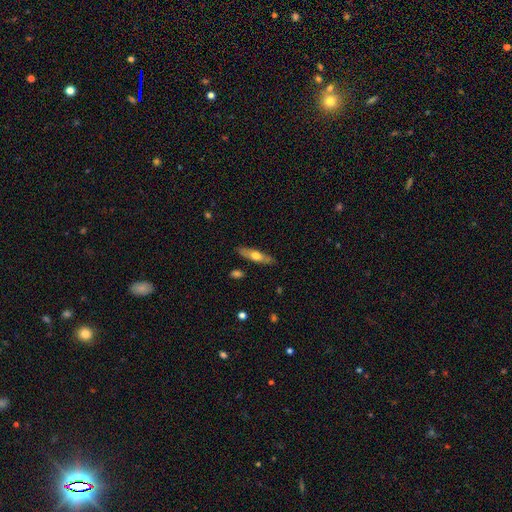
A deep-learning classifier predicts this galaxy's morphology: type=smooth (51%); roundness=cigar-shaped (69%); merging=none (87%).